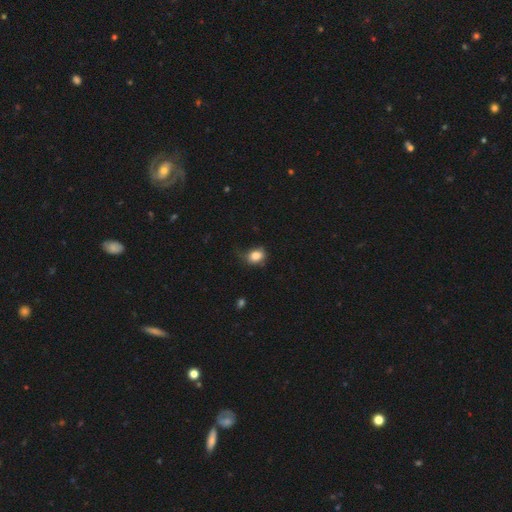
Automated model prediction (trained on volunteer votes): This is clearly a smooth galaxy (83%). How rounded: possibly in between (54%). Merging: possibly none (50%).